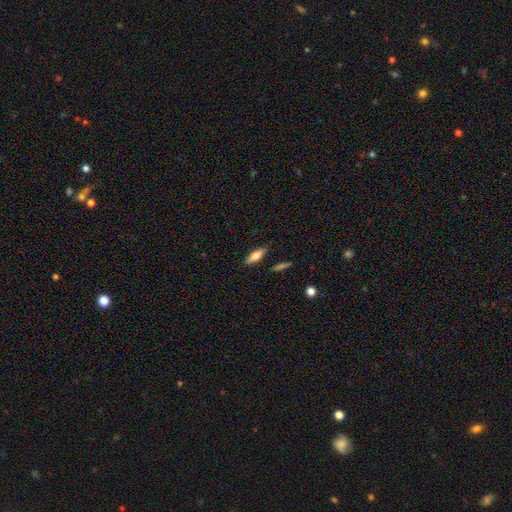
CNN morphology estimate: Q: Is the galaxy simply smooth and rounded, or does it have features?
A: smooth — 62%.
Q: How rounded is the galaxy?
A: in between — 52%.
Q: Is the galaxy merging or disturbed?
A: none — 85%.